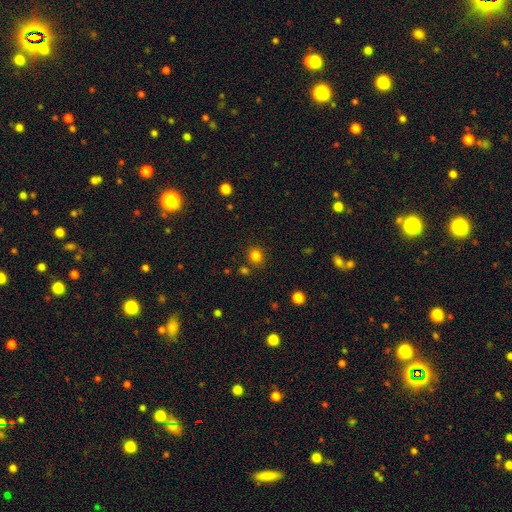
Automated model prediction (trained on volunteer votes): This appears to be a smooth galaxy with no disk features (81%) that is round (81%). Merging: none (83%).